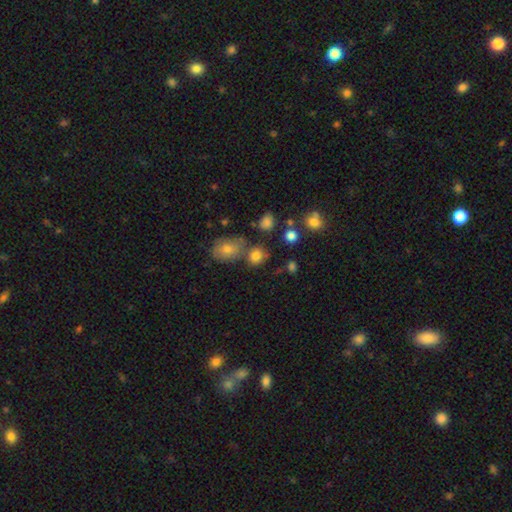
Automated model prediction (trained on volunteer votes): Morphology: type=smooth (79%); roundness=round (73%); merging=none (64%).